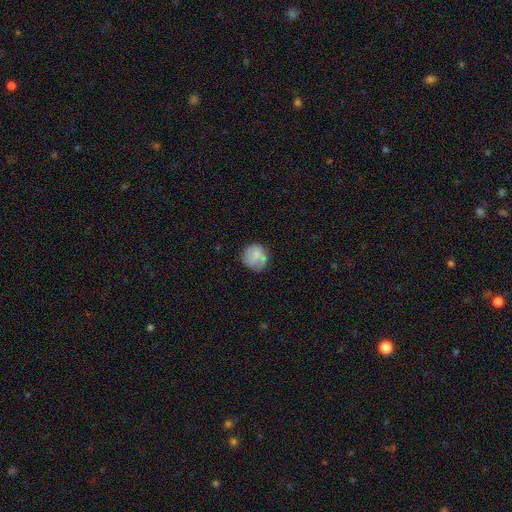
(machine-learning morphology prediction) smooth_or_featured: smooth (p=0.72) [alt: featured or disk p=0.21]
how_rounded: round (p=0.87) [alt: in between p=0.12]
merging: none (p=0.70) [alt: minor disturbance p=0.22]